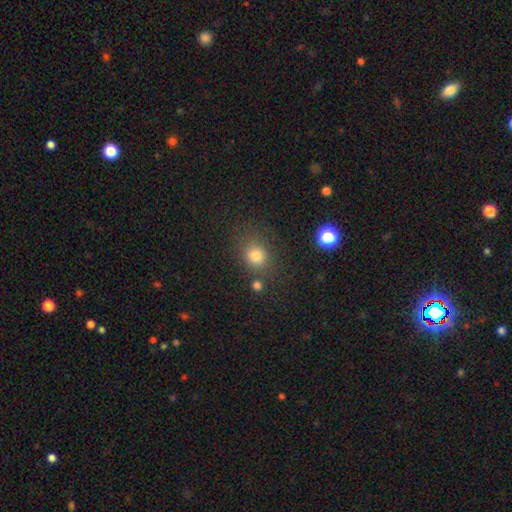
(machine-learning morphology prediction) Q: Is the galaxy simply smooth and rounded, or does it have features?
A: smooth — 78%.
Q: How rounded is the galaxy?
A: round — 70%.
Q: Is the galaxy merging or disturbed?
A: none — 74%.